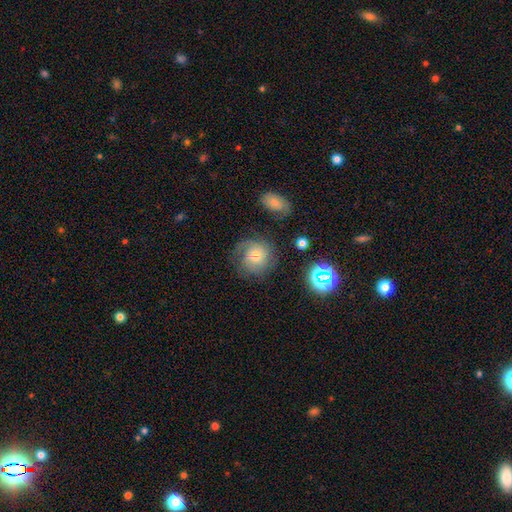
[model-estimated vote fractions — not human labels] A featured or disk galaxy (47%). Merging: none (65%).